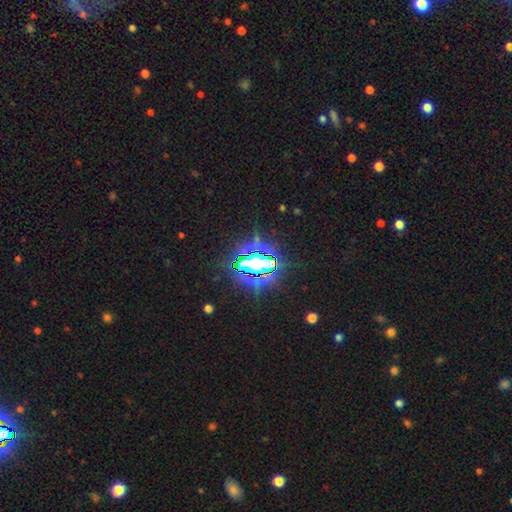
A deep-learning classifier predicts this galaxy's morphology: Q: Smooth or featured?
A: star or artifact (82%); runner-up: smooth (11%)